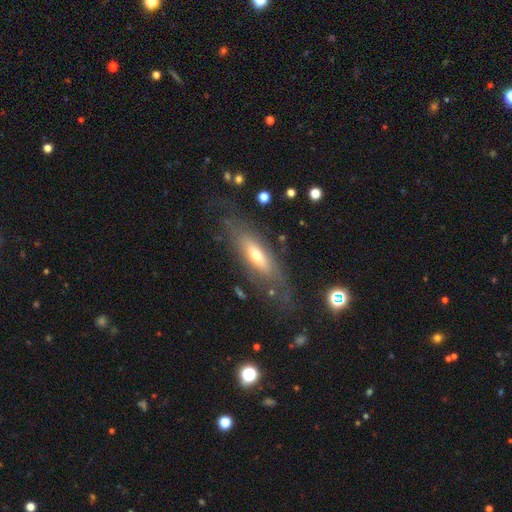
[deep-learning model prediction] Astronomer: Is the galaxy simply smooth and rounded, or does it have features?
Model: featured or disk — 57% (runner-up: smooth, 35%).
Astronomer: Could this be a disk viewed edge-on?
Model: no — 58% (runner-up: yes, 42%).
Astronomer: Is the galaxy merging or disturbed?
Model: none — 68%.